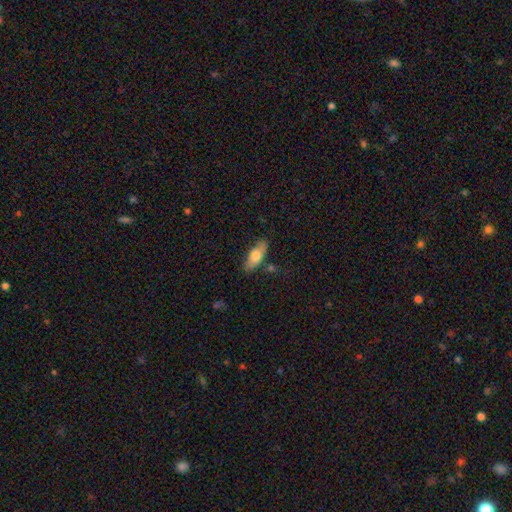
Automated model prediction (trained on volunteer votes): Q: Smooth or featured?
A: smooth (69%); runner-up: featured or disk (25%)
Q: How rounded?
A: in between (74%); runner-up: cigar-shaped (22%)
Q: Merging?
A: none (78%); runner-up: minor disturbance (15%)